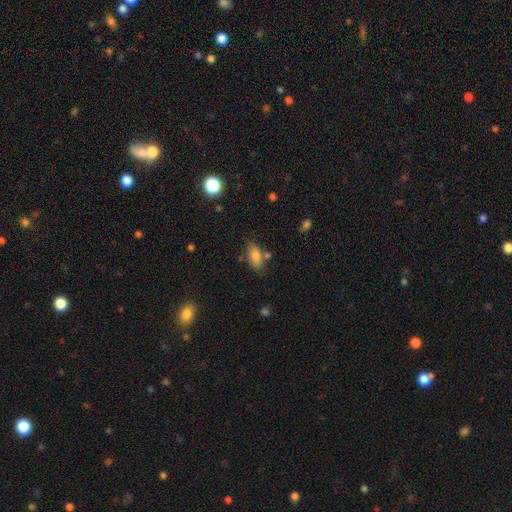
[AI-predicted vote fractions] This appears to be a smooth galaxy with no disk features (82%) that is in between round and cigar-shaped (83%). Merging: none (72%).